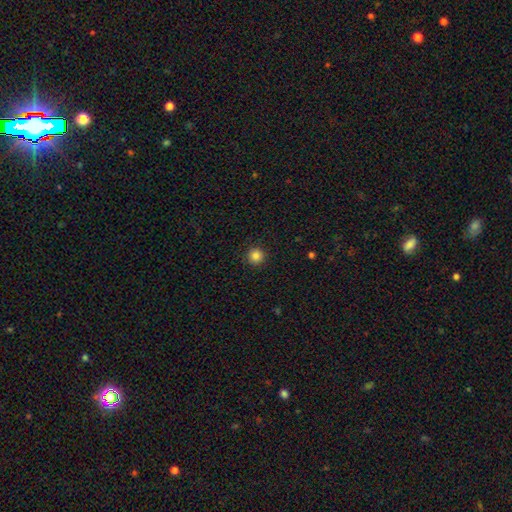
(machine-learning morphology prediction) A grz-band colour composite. It shows a smooth galaxy with no disk features (85%) that is round (95%). Merging: none (92%).